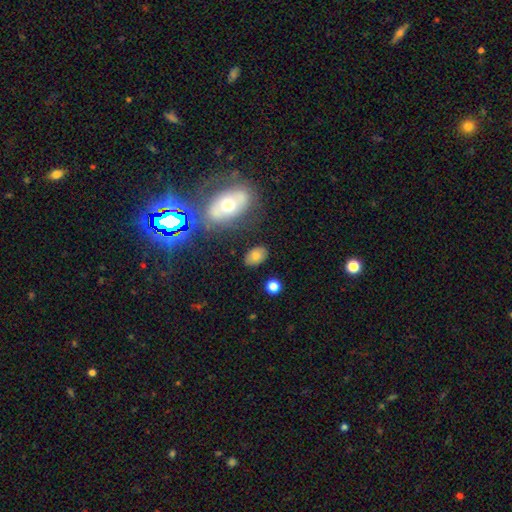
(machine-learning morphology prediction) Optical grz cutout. It shows a smooth galaxy with no disk features (74%) that is in between round and cigar-shaped (86%). Merging: none (81%).